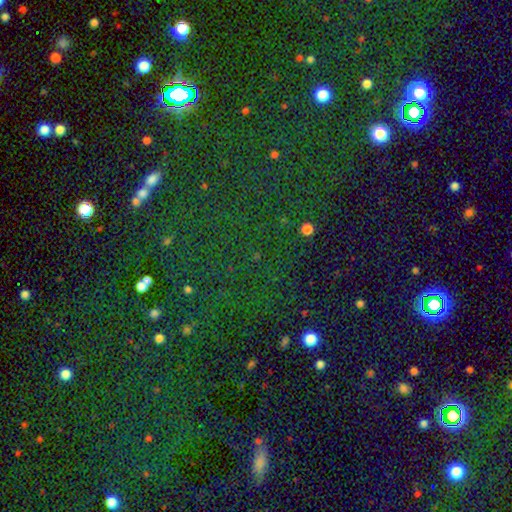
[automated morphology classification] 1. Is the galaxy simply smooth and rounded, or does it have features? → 75% star or artifact, 17% smooth, 8% featured or disk.